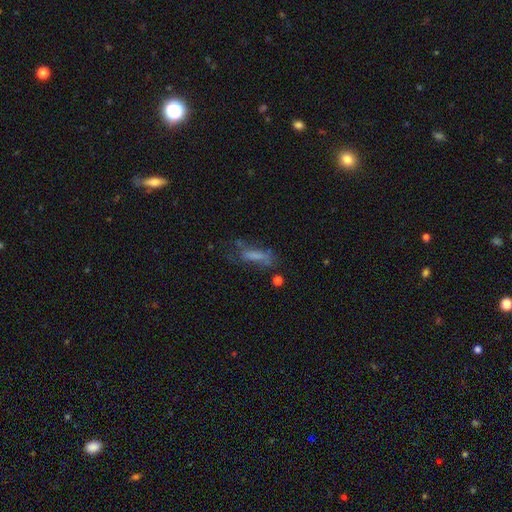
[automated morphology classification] Smooth or featured?
  - smooth: 52% *
  - featured or disk: 33%
  - star or artifact: 15%
How rounded?
  - cigar-shaped: 53% *
  - in between: 44%
  - round: 3%
Merging?
  - none: 39% *
  - major disturbance: 29%
  - minor disturbance: 24%
  - merger: 8%